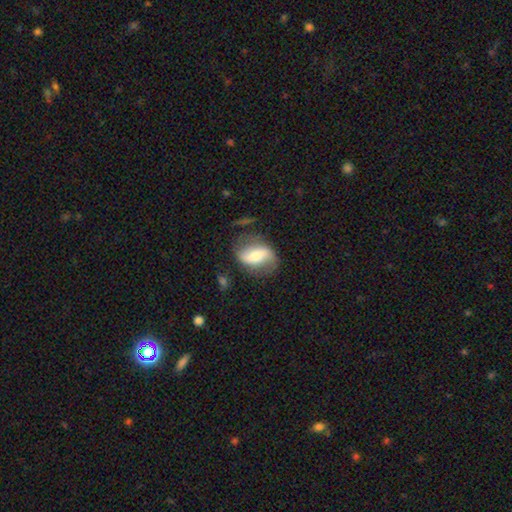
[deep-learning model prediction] The model was most divided on "bar": strong: 45%, weak: 32%, no: 23%. More confident: edge-on disk — no (93%); spiral arms — yes (81%); merging — none (68%); smooth or featured — featured or disk (63%); bulge size — moderate (52%).